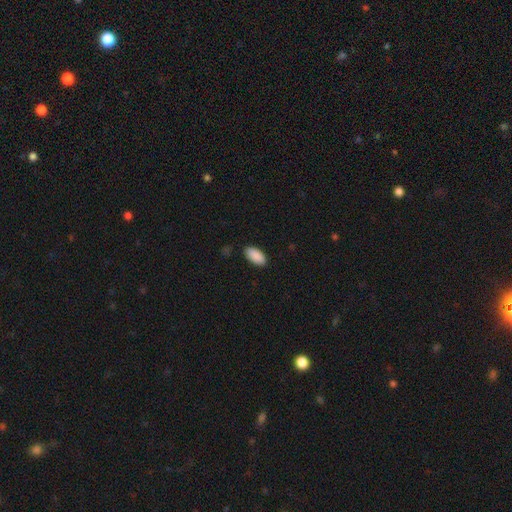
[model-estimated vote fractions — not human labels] A smooth galaxy with no disk features (91%) that is in between round and cigar-shaped (94%). Merging: none (88%).